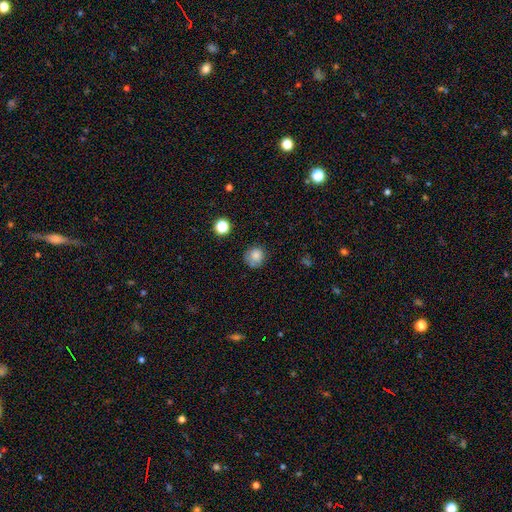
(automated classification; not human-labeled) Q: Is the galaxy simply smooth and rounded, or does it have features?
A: smooth — 80%.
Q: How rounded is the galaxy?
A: round — 85%.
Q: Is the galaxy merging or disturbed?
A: none — 68%.